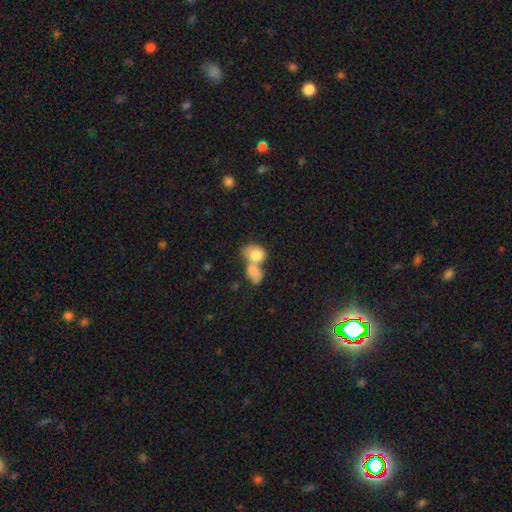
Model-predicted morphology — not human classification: Smooth or featured? smooth (78%)
How rounded? in between (62%)
Merging? merger (72%)